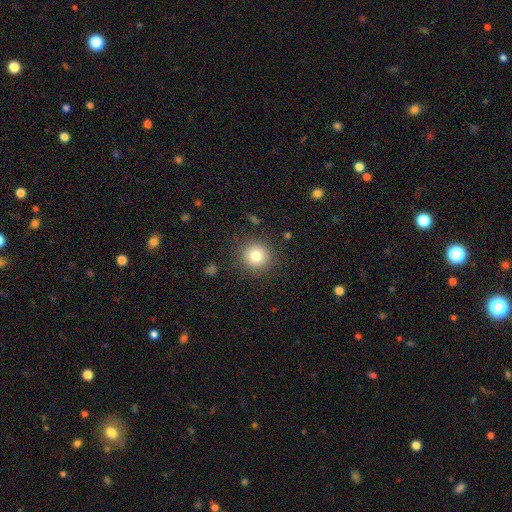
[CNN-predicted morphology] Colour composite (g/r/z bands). It shows a smooth galaxy with no disk features (80%) that is round (94%). Merging: none (88%).